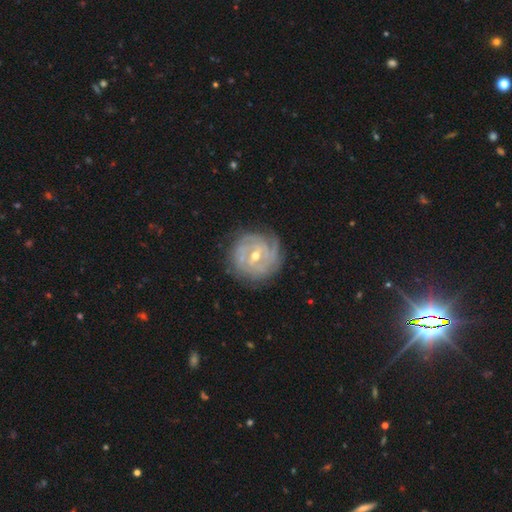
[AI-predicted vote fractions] A featured or disk galaxy (84%) with a weak bar (48%), tight (77%) spiral arms (94%) and a moderate central bulge (54%).

Vote fractions:
- Smooth or featured? featured or disk: 84% / smooth: 10% / star or artifact: 7%
- Edge-on disk? no: 97% / yes: 3%
- Bar? weak: 48% / no: 34% / strong: 18%
- Spiral arms? yes: 94% / no: 6%
- Spiral winding? tight: 77% / medium: 19% / loose: 4%
- Spiral arm count? can't tell: 33% / 3: 23% / 2: 17% / 4: 14% / more than 4: 7% / 1: 6%
- Bulge size? moderate: 54% / small: 43% / large: 2% / none: 1% / dominant: 1%
- Merging? none: 79% / minor disturbance: 14% / major disturbance: 5% / merger: 1%